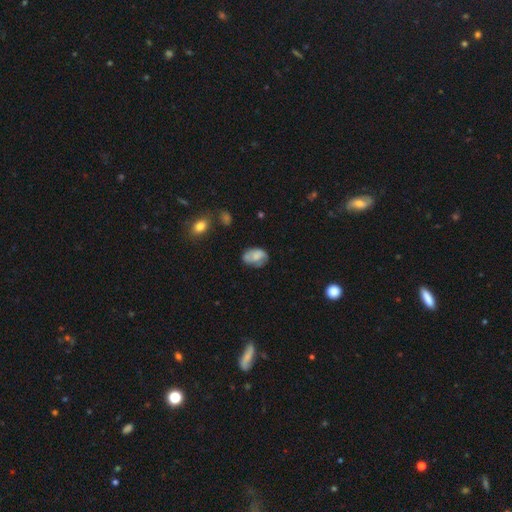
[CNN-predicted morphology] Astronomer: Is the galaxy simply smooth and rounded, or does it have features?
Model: smooth — 62%.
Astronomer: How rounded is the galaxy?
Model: in between — 86%.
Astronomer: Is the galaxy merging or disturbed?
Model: none — 56%.